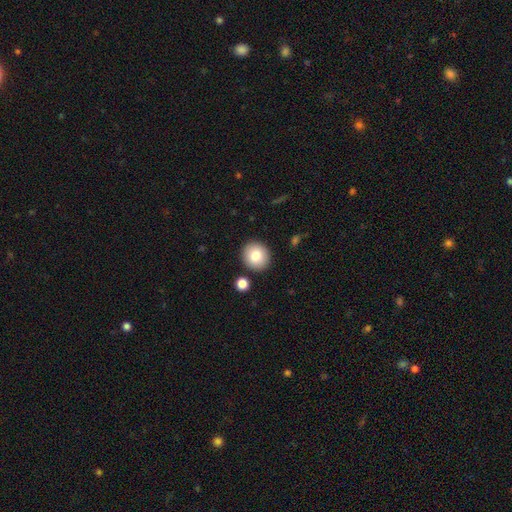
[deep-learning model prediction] A smooth galaxy with no disk features (82%) that is round (87%).

Vote fractions:
- Smooth or featured? smooth: 82% / featured or disk: 9% / star or artifact: 8%
- How rounded? round: 87% / in between: 12% / cigar-shaped: 1%
- Merging? none: 88% / minor disturbance: 6% / merger: 4% / major disturbance: 2%